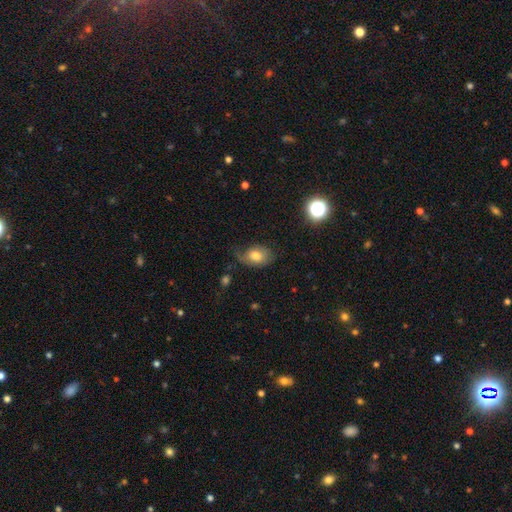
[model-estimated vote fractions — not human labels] smooth-or-featured: smooth: 66% | featured or disk: 24% | star or artifact: 10%
  how-rounded: in between: 79% | round: 20% | cigar-shaped: 1%
  merging: none: 49% | minor disturbance: 32% | major disturbance: 17% | merger: 2%